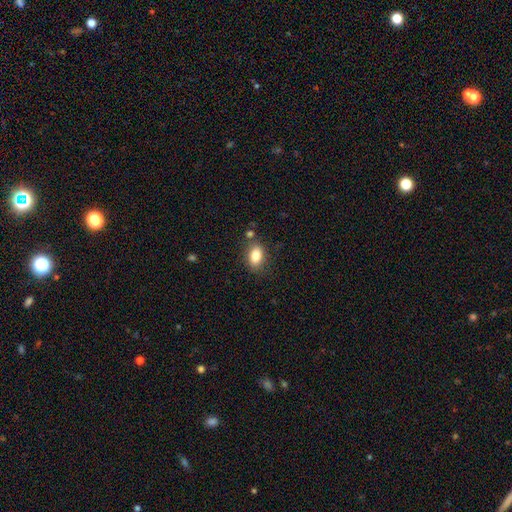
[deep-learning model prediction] Smooth or featured? Predicted: smooth (p=0.83). How rounded? Predicted: in between (p=0.84). Merging? Predicted: none (p=0.78).